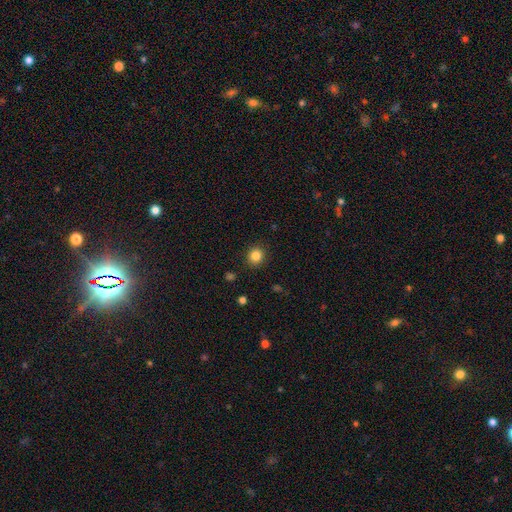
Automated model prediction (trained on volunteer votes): The model was most divided on "how rounded": round: 84%, in between: 15%, cigar-shaped: 1%. More confident: merging — none (90%); smooth or featured — smooth (84%).